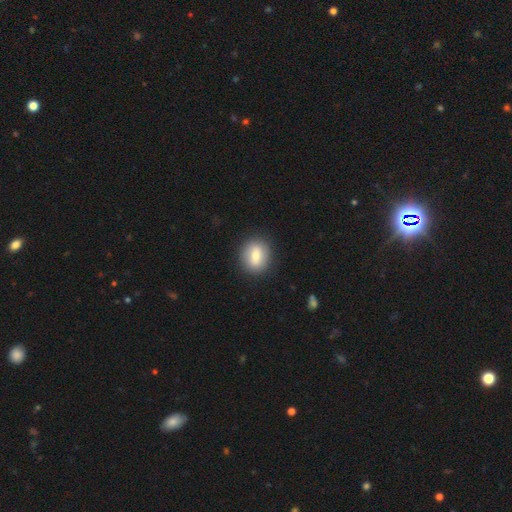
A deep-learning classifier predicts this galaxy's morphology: This appears to be a smooth galaxy with no disk features (68%) that is round (64%). Merging: none (87%).